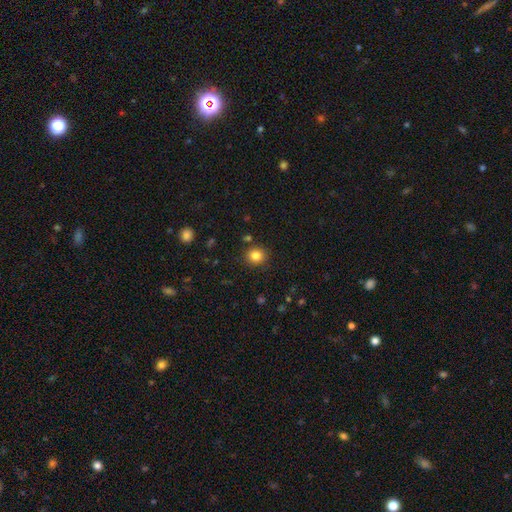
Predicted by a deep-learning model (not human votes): This is clearly a smooth galaxy (83%). How rounded: clearly round (84%). Merging: clearly none (87%).